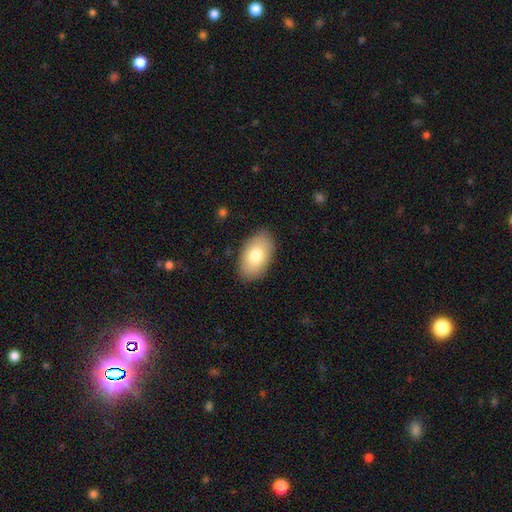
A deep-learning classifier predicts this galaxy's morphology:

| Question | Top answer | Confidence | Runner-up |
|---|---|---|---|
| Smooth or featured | smooth | 76% | featured or disk (17%) |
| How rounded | in between | 93% | round (6%) |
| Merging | none | 85% | minor disturbance (11%) |